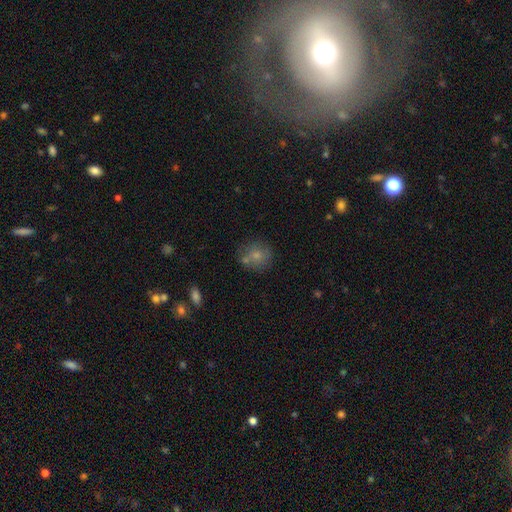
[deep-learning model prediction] This is likely a smooth galaxy (74%). How rounded: clearly round (83%). Merging: likely none (63%).